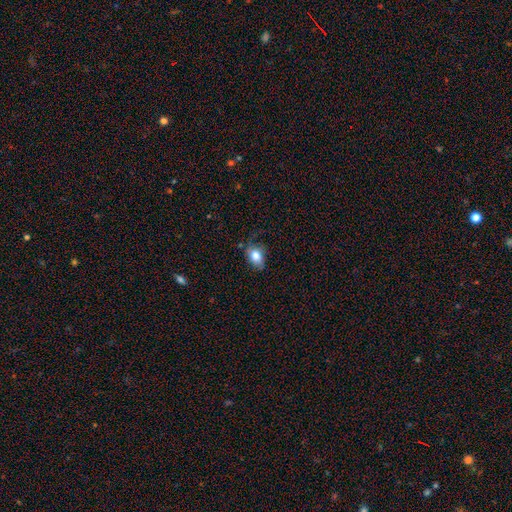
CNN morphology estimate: smooth_or_featured: smooth (p=0.82) [alt: featured or disk p=0.10]
how_rounded: in between (p=0.80) [alt: round p=0.19]
merging: none (p=0.61) [alt: minor disturbance p=0.29]